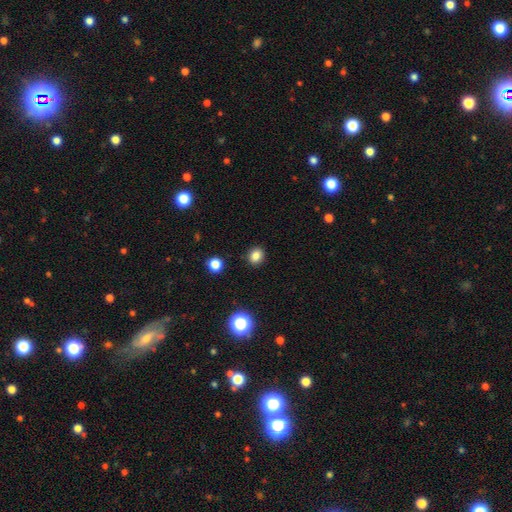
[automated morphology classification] smooth 83%, star or artifact 13%, featured or disk 4%. Down the decision tree: how rounded — round (75%); merging — none (90%).